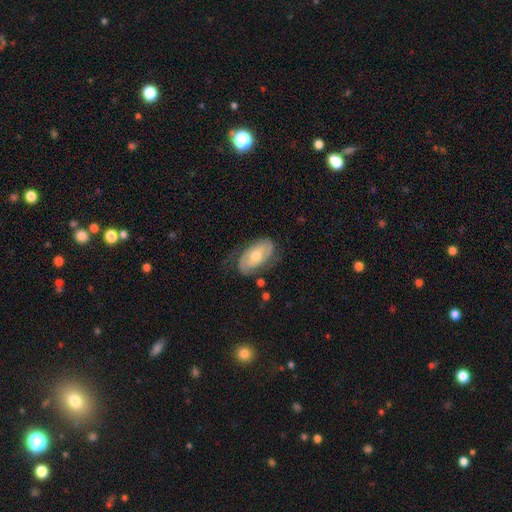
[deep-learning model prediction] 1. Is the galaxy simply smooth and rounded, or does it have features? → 71% featured or disk, 23% smooth, 6% star or artifact.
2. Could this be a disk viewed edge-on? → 94% no, 6% yes.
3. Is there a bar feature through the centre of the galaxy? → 59% no, 31% weak, 10% strong.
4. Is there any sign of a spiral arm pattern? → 87% yes, 13% no.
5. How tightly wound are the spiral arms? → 48% tight, 36% medium, 16% loose.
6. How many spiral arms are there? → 75% 2, 15% can't tell, 5% 1, 3% 3, 1% 4, 1% more than 4.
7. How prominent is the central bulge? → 71% moderate, 20% small, 6% large, 1% none, 1% dominant.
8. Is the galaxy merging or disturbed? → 66% none, 21% minor disturbance, 11% major disturbance, 2% merger.